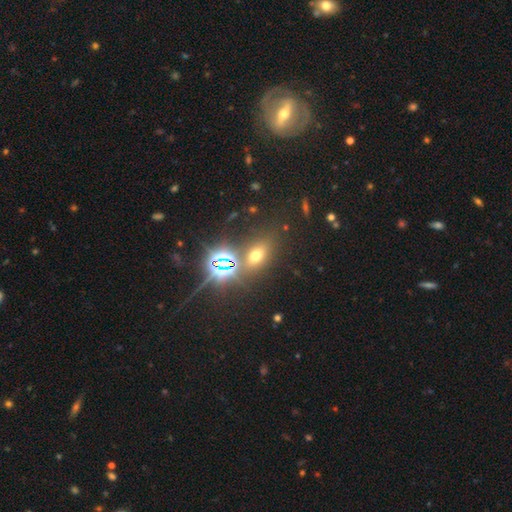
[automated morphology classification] smooth-or-featured: smooth: 46% | star or artifact: 43% | featured or disk: 11%
  merging: none: 76% | minor disturbance: 10% | merger: 8% | major disturbance: 6%